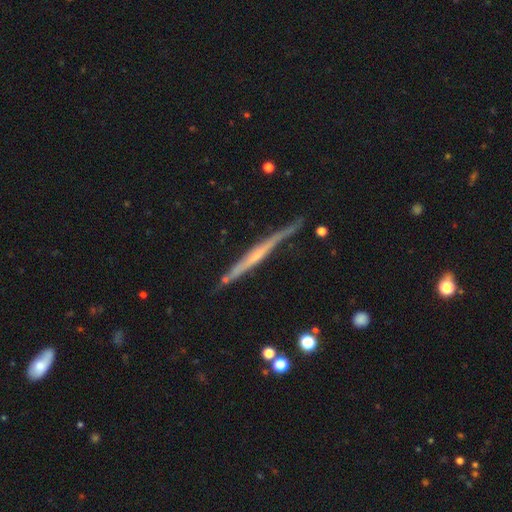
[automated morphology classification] Smooth or featured? Predicted: featured or disk (p=0.72). Edge-on disk? Predicted: yes (p=0.97). Edge-on bulge? Predicted: none (p=0.58). Merging? Predicted: none (p=0.74).